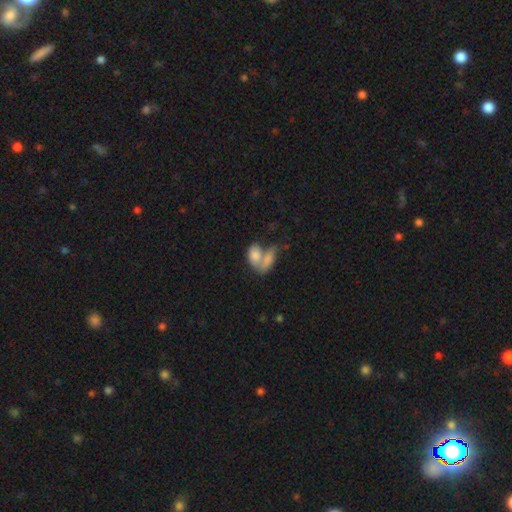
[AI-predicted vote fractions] Smooth or featured?
  - smooth: 77% *
  - featured or disk: 15%
  - star or artifact: 7%
How rounded?
  - in between: 86% *
  - round: 10%
  - cigar-shaped: 4%
Merging?
  - merger: 65% *
  - none: 21%
  - minor disturbance: 8%
  - major disturbance: 6%